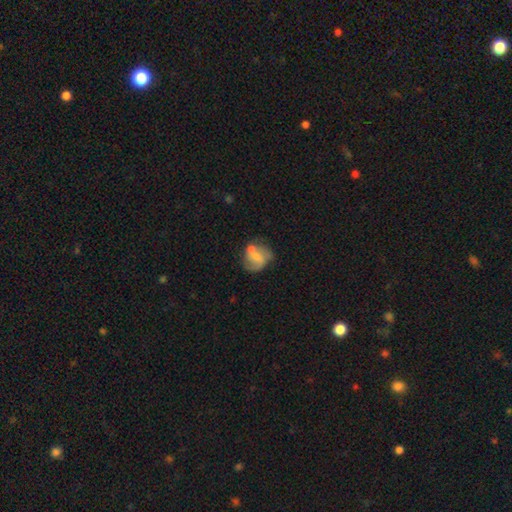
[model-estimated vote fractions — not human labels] smooth_or_featured: featured or disk (p=0.47) [alt: smooth p=0.45]
merging: none (p=0.42) [alt: minor disturbance p=0.23]